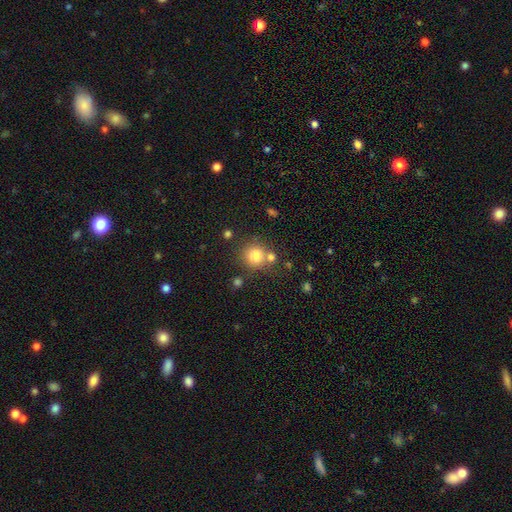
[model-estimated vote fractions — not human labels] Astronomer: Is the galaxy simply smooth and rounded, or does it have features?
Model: smooth — 79%.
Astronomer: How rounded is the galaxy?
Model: round — 91%.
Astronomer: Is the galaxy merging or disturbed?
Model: none — 69%.